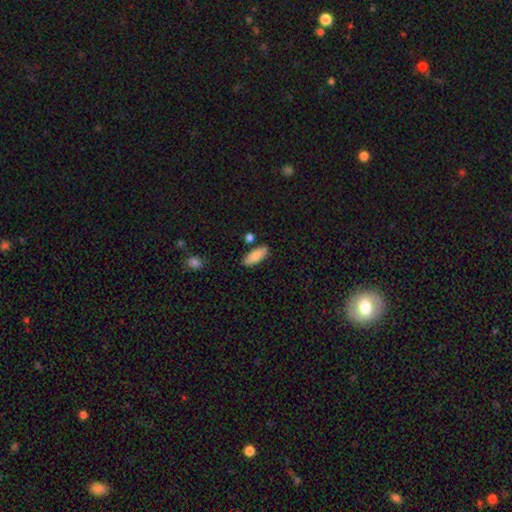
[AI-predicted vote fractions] smooth 85%, featured or disk 9%, star or artifact 6%. Down the decision tree: how rounded — in between (72%); merging — none (82%).